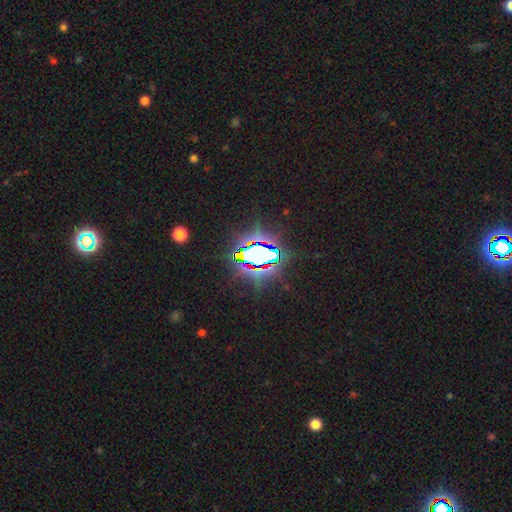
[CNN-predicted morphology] star or artifact 72%, smooth 15%, featured or disk 13%.